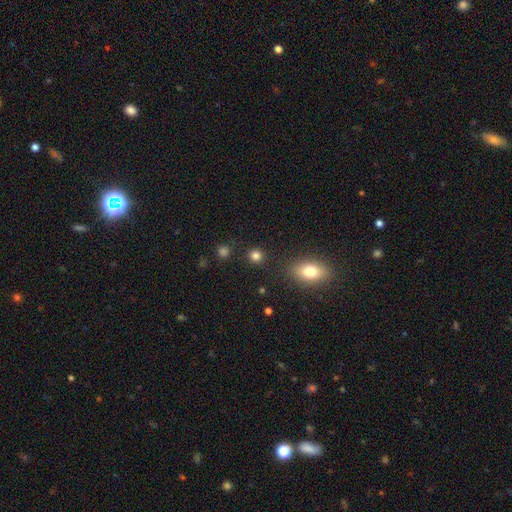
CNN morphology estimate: smooth-or-featured: smooth: 82% | star or artifact: 13% | featured or disk: 5%
  how-rounded: round: 86% | in between: 12% | cigar-shaped: 1%
  merging: none: 88% | minor disturbance: 7% | merger: 3% | major disturbance: 3%